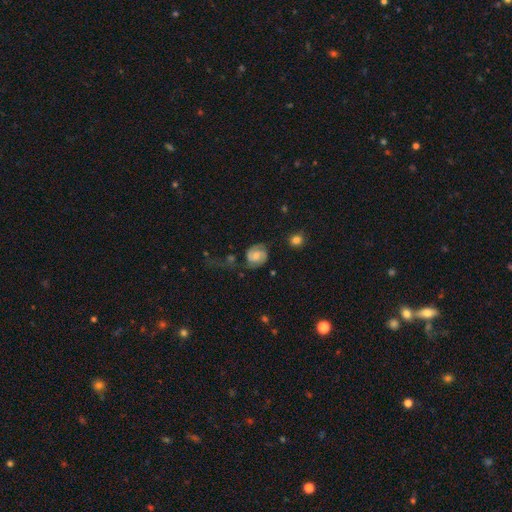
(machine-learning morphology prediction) The model was most divided on "spiral winding" (2-way tie): tight: 42%, medium: 42%, loose: 15%. Remaining: edge-on disk — no (97%); spiral arms — yes (93%); spiral arm count — 2 (84%); smooth or featured — featured or disk (66%); merging — none (64%); bar — no (52%); bulge size — moderate (48%).